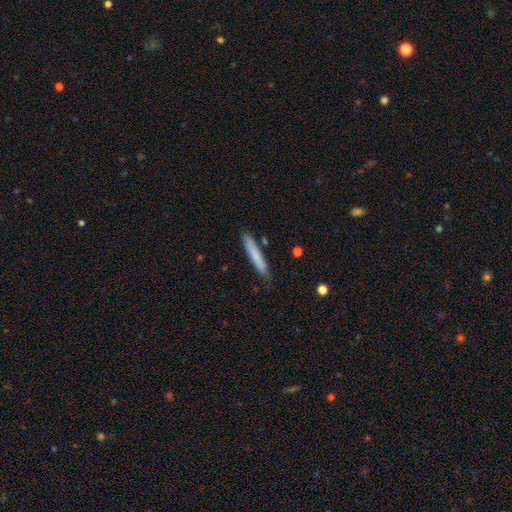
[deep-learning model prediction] Smooth or featured?
  - smooth: 76% *
  - featured or disk: 18%
  - star or artifact: 6%
How rounded?
  - cigar-shaped: 94% *
  - in between: 5%
  - round: 1%
Merging?
  - none: 82% *
  - minor disturbance: 13%
  - merger: 3%
  - major disturbance: 2%